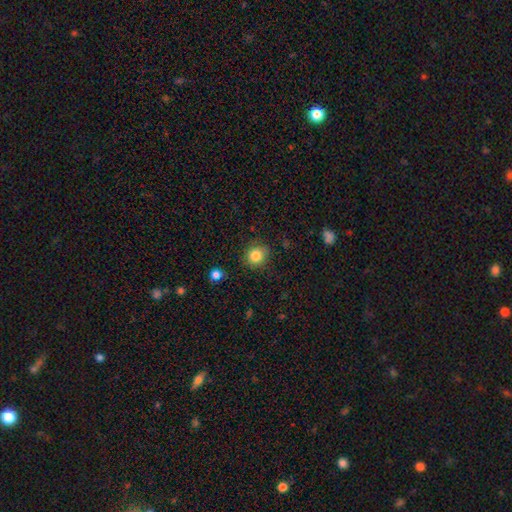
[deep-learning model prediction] smooth-or-featured: smooth: 84% | star or artifact: 11% | featured or disk: 5%
  how-rounded: round: 88% | in between: 11% | cigar-shaped: 1%
  merging: none: 85% | minor disturbance: 10% | major disturbance: 3% | merger: 2%